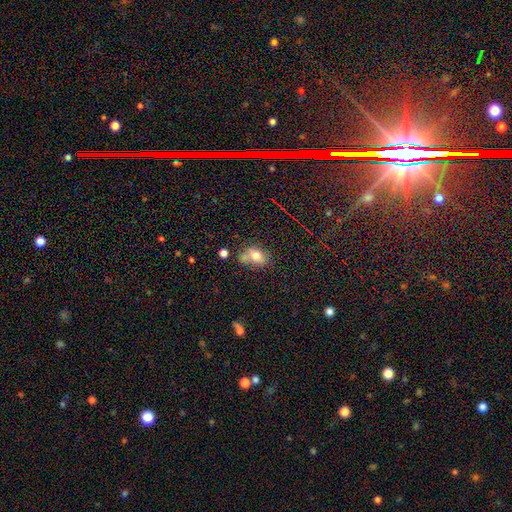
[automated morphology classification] smooth-or-featured: smooth: 72% | featured or disk: 15% | star or artifact: 12%
  how-rounded: in between: 74% | round: 24% | cigar-shaped: 2%
  merging: none: 47% | minor disturbance: 23% | merger: 20% | major disturbance: 9%